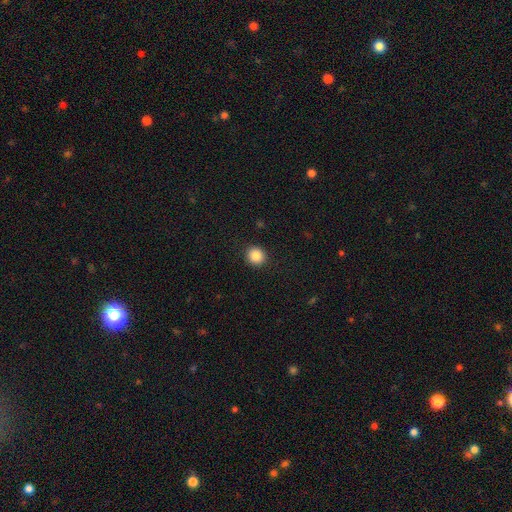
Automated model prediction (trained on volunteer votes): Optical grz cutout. It shows a smooth galaxy with no disk features (87%) that is round (90%). Merging: none (92%).